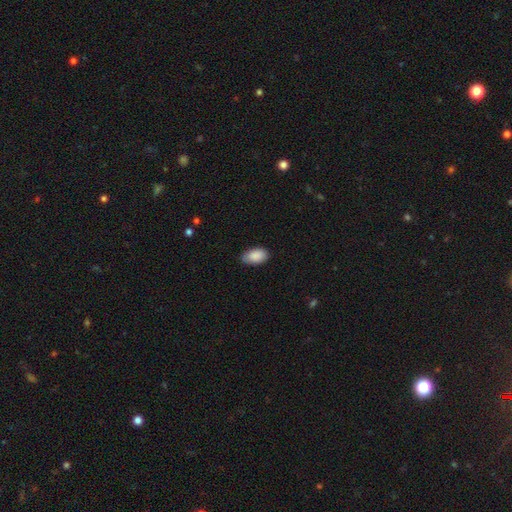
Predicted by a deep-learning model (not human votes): smooth_or_featured: smooth (p=0.90) [alt: star or artifact p=0.06]
how_rounded: in between (p=0.93) [alt: round p=0.05]
merging: none (p=0.78) [alt: minor disturbance p=0.18]